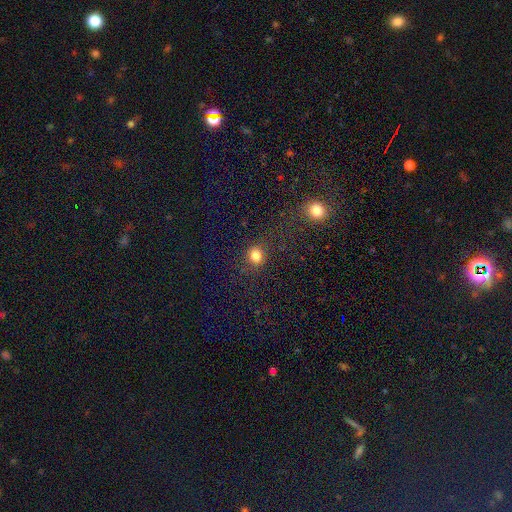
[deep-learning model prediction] This is clearly a smooth galaxy (80%). How rounded: clearly round (81%). Merging: clearly none (83%).